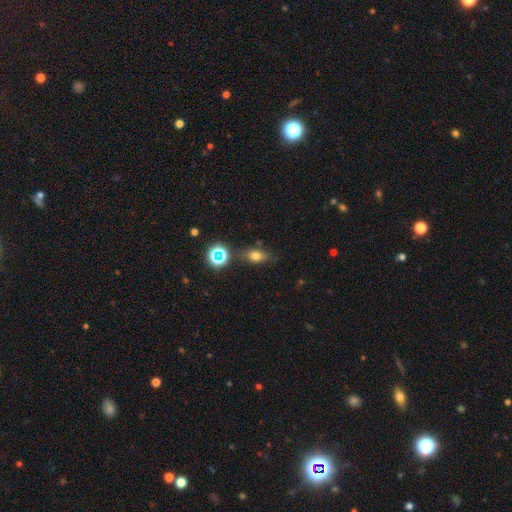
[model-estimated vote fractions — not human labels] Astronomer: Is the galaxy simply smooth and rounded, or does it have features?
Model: smooth — 65%.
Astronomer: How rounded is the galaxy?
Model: in between — 70%.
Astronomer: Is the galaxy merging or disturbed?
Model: none — 72%.